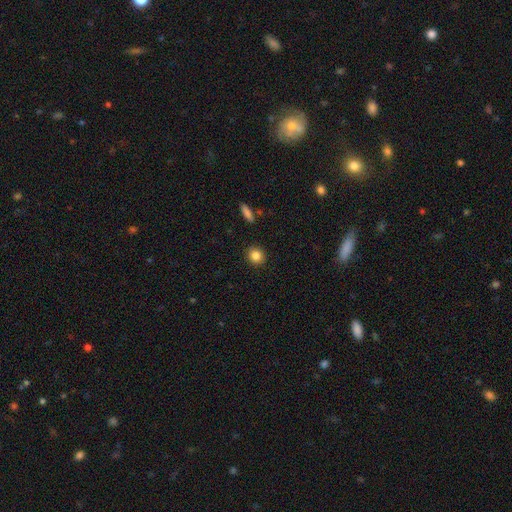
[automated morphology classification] This is clearly a smooth galaxy (85%). How rounded: clearly round (86%). Merging: clearly none (91%).